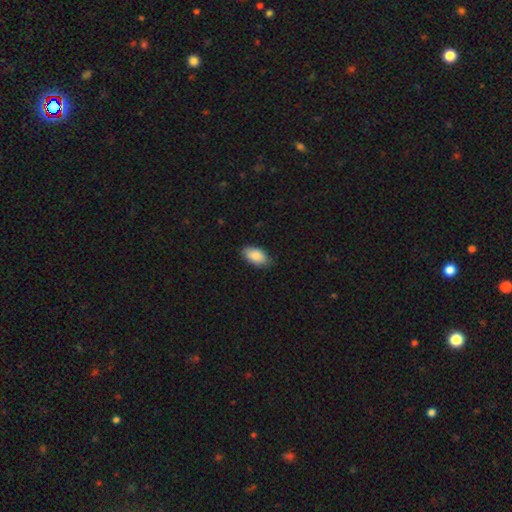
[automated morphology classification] This appears to be a smooth galaxy with no disk features (87%) that is in between round and cigar-shaped (94%). Merging: none (83%).